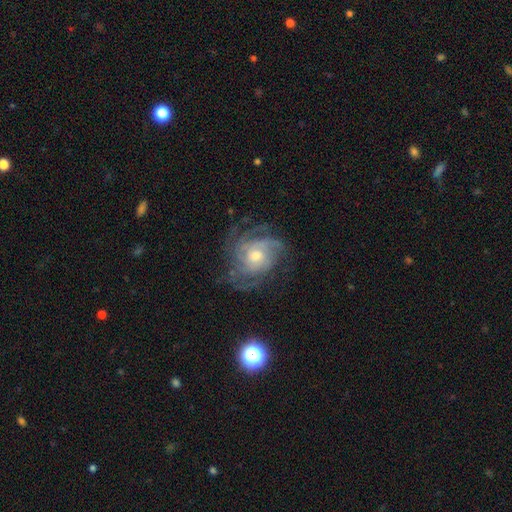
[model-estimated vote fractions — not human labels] A featured or disk galaxy (84%) with no bar (74%), tight (57%) spiral arms (94%) and a moderate central bulge (56%).

Vote fractions:
- Smooth or featured? featured or disk: 84% / smooth: 8% / star or artifact: 8%
- Edge-on disk? no: 97% / yes: 3%
- Bar? no: 74% / weak: 22% / strong: 4%
- Spiral arms? yes: 94% / no: 6%
- Spiral winding? tight: 57% / medium: 33% / loose: 10%
- Spiral arm count? can't tell: 35% / 3: 20% / 4: 18% / 2: 12% / more than 4: 8% / 1: 7%
- Bulge size? moderate: 56% / small: 37% / large: 4% / none: 1% / dominant: 1%
- Merging? none: 67% / minor disturbance: 18% / major disturbance: 13% / merger: 1%